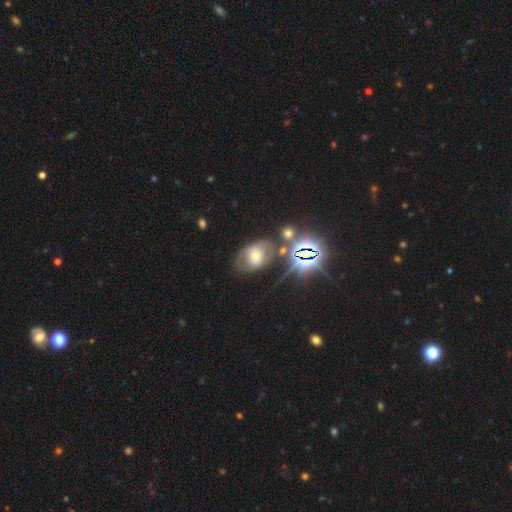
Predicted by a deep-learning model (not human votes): A featured or disk galaxy (41%).

Vote fractions:
- Smooth or featured? featured or disk: 41% / smooth: 31% / star or artifact: 28%
- Merging? none: 54% / minor disturbance: 23% / major disturbance: 16% / merger: 7%